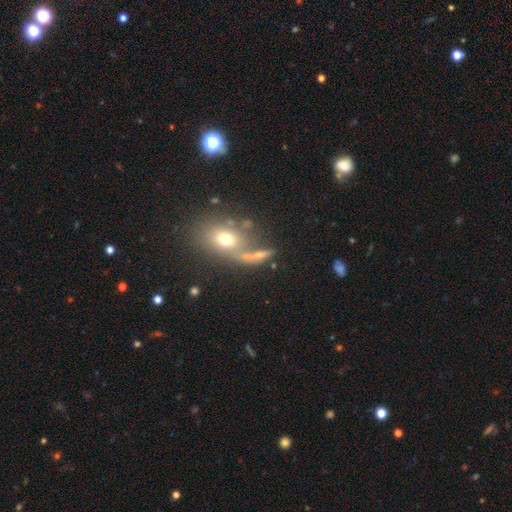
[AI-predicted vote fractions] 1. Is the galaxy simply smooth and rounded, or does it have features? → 48% smooth, 34% featured or disk, 18% star or artifact.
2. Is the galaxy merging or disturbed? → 40% none, 36% merger, 12% minor disturbance, 12% major disturbance.